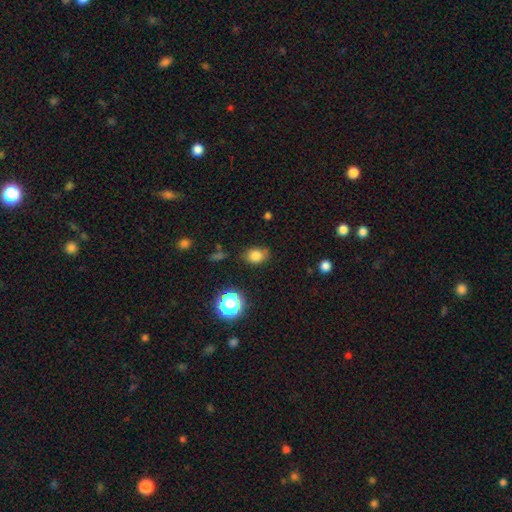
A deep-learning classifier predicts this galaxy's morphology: The model was most divided on "how rounded": in between: 55%, round: 43%, cigar-shaped: 1%. More confident: smooth or featured — smooth (81%); merging — none (74%).